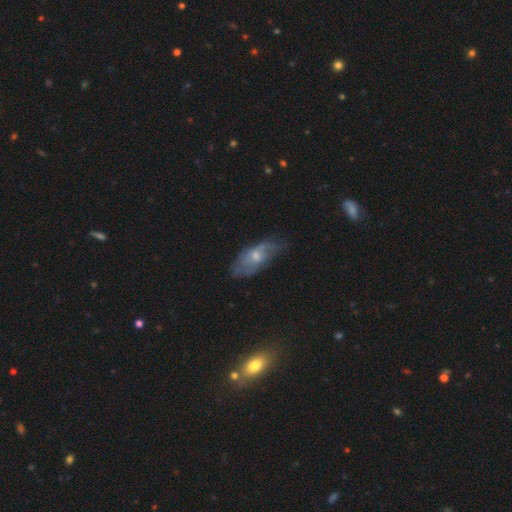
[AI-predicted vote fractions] Morphology: type=featured or disk (56%); edge-on=no (84%); merging=none (55%).